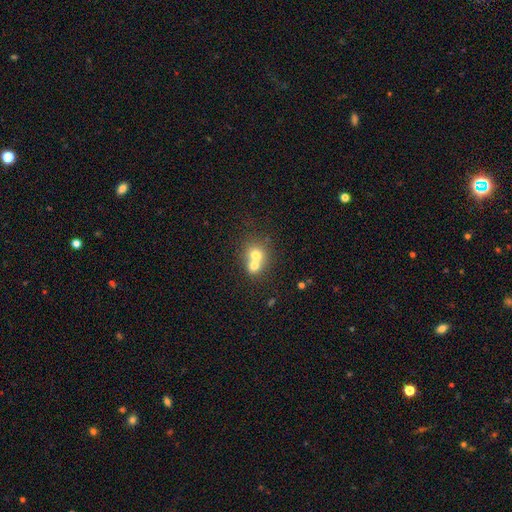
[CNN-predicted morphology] Smooth or featured? smooth (68%)
How rounded? round (74%)
Merging? merger (68%)